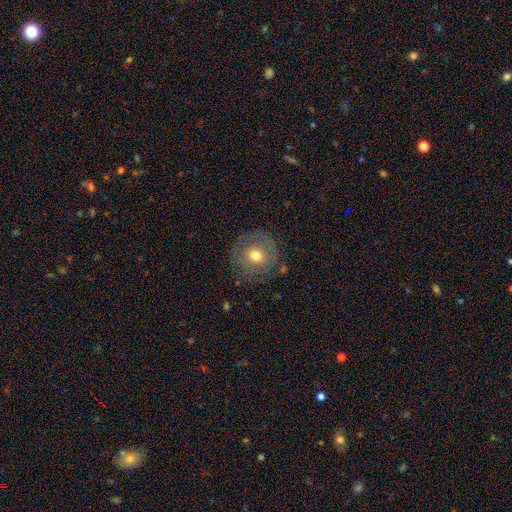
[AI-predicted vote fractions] smooth 55%, featured or disk 36%, star or artifact 9%. Down the decision tree: how rounded — round (90%); merging — none (79%).